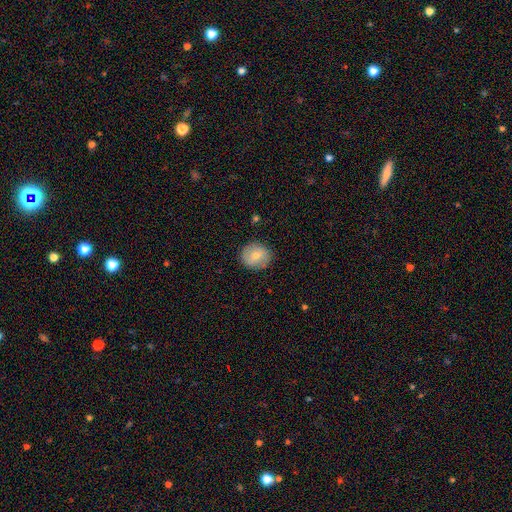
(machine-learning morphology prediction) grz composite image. It shows a smooth galaxy with no disk features (63%) that is round (86%). Merging: none (87%).